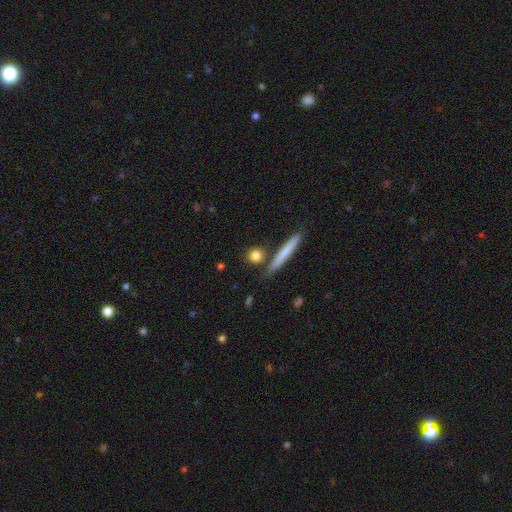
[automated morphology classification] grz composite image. It shows a smooth galaxy with no disk features (80%) that is round (66%). Merging: none (80%).